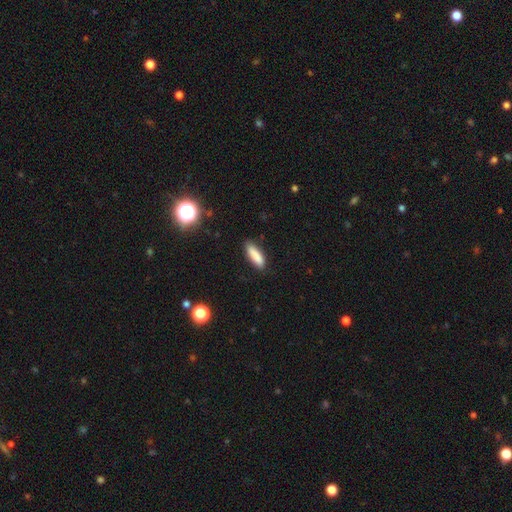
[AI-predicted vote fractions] smooth 87%, star or artifact 7%, featured or disk 6%. Down the decision tree: how rounded — in between (50%); merging — none (84%).